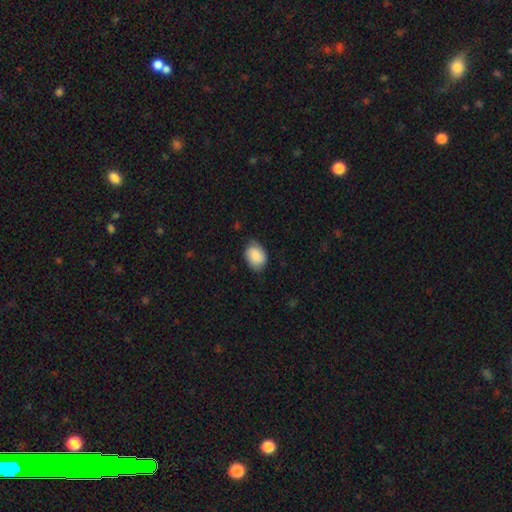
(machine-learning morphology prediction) smooth-or-featured: smooth: 81% | featured or disk: 12% | star or artifact: 7%
  how-rounded: in between: 76% | round: 23% | cigar-shaped: 1%
  merging: none: 70% | minor disturbance: 24% | major disturbance: 5% | merger: 1%